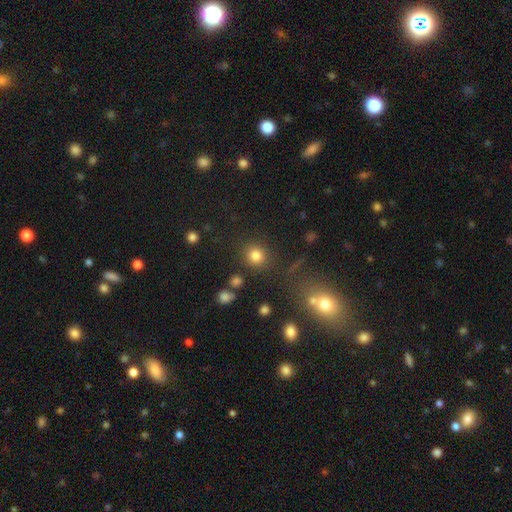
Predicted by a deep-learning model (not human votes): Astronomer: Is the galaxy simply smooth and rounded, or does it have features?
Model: smooth — 80%.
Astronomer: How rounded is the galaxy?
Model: round — 88%.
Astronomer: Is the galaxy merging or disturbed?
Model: none — 83%.